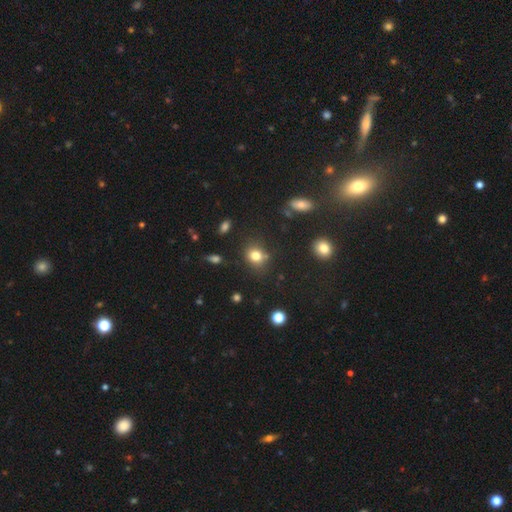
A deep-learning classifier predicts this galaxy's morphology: This appears to be a smooth galaxy with no disk features (78%) that is round (65%). Merging: none (73%).